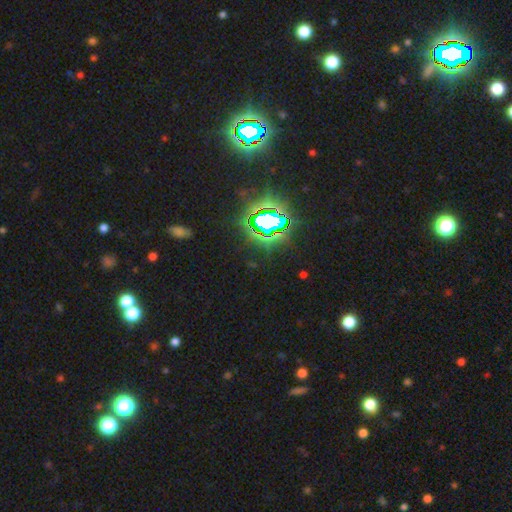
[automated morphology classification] Smooth or featured? star or artifact (82%)